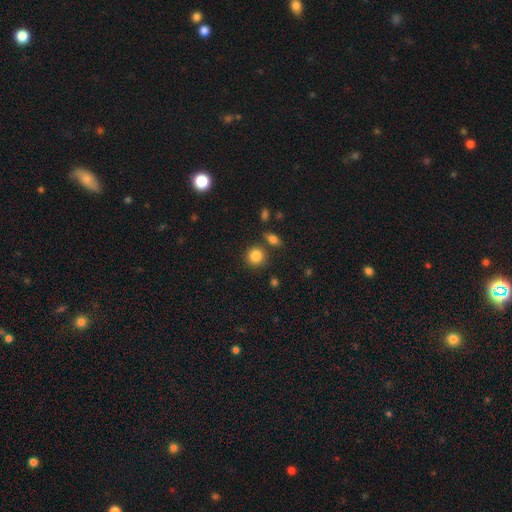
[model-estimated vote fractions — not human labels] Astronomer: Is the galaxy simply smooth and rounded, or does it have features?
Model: smooth — 85%.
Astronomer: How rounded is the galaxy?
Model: round — 88%.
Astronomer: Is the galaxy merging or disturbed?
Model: none — 79%.